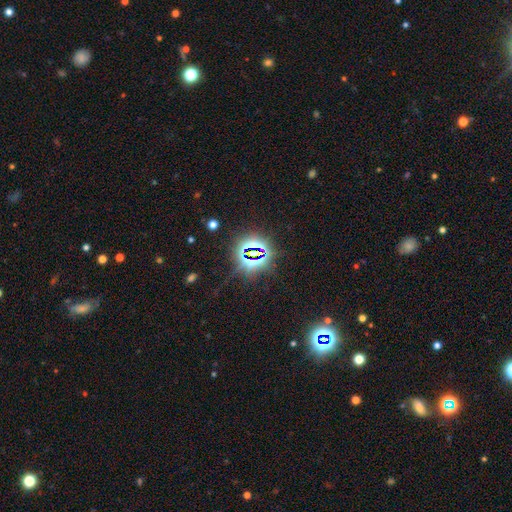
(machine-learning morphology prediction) A star or artifact, not a galaxy (80%).

Vote fractions:
- Smooth or featured? star or artifact: 80% / smooth: 12% / featured or disk: 8%